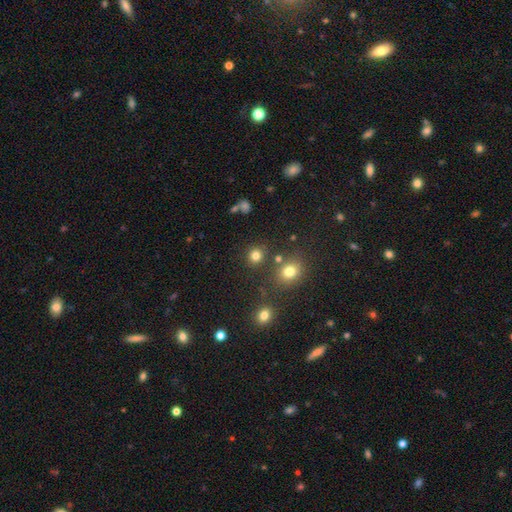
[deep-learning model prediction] smooth-or-featured: smooth: 80% | star or artifact: 15% | featured or disk: 5%
  how-rounded: round: 88% | in between: 11% | cigar-shaped: 1%
  merging: none: 83% | minor disturbance: 7% | merger: 6% | major disturbance: 3%